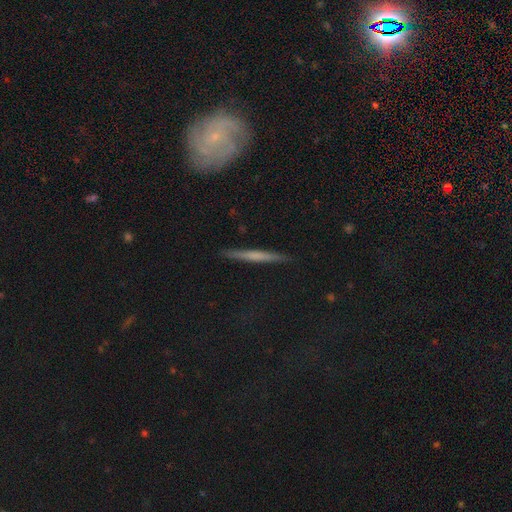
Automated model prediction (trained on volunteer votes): This is possibly a smooth galaxy (46%, tied with featured or disk). Merging: clearly none (90%).